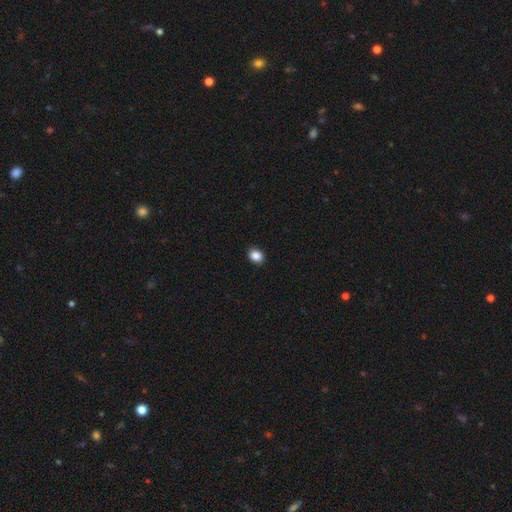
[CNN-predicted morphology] Overall: smooth (87%). How rounded: in between (50%; round 49%). Merging: none (90%).